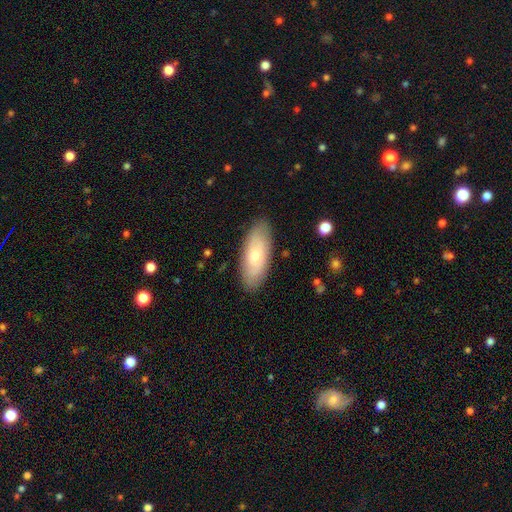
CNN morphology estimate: Smooth or featured: smooth — 64% (featured or disk — 30%)
How rounded: in between — 81% (cigar-shaped — 17%)
Merging: none — 85% (minor disturbance — 11%)